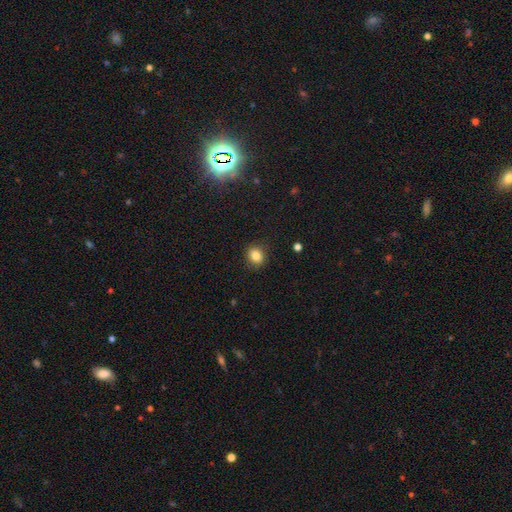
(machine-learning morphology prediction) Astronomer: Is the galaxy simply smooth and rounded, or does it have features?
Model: smooth — 84%.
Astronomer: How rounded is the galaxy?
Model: round — 69%.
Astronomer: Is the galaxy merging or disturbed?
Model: none — 89%.